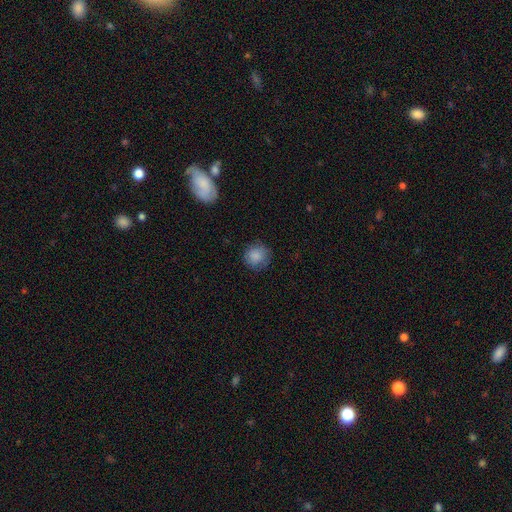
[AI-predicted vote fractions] smooth_or_featured: smooth (p=0.86) [alt: star or artifact p=0.09]
how_rounded: round (p=0.90) [alt: in between p=0.09]
merging: none (p=0.82) [alt: minor disturbance p=0.13]